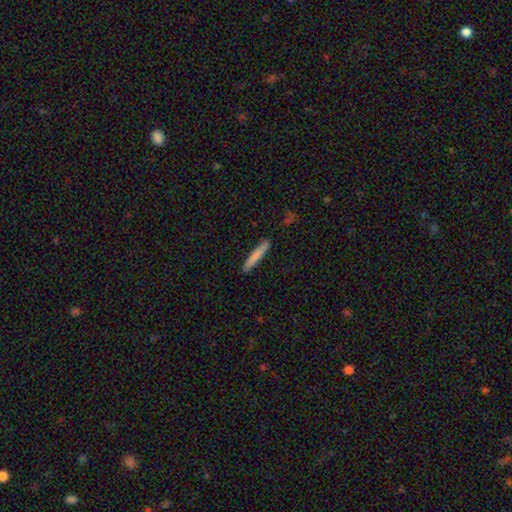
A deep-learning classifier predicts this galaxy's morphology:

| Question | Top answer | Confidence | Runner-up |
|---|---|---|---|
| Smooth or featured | smooth | 80% | featured or disk (15%) |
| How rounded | cigar-shaped | 94% | in between (4%) |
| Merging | none | 90% | minor disturbance (8%) |